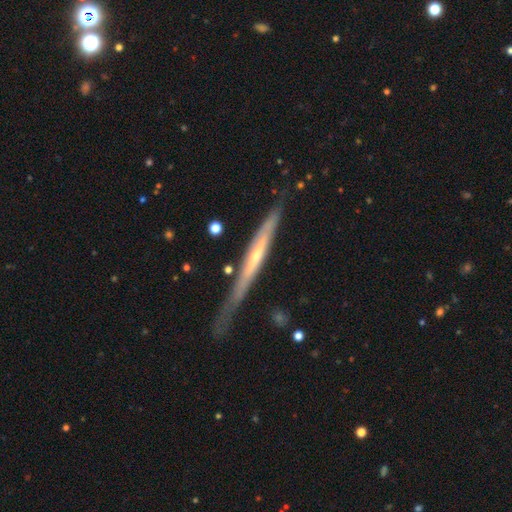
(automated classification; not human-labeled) smooth_or_featured: featured or disk (p=0.69) [alt: smooth p=0.25]
disk_edge_on: yes (p=0.92) [alt: no p=0.08]
edge_on_bulge: none (p=0.59) [alt: rounded p=0.35]
merging: none (p=0.67) [alt: minor disturbance p=0.24]